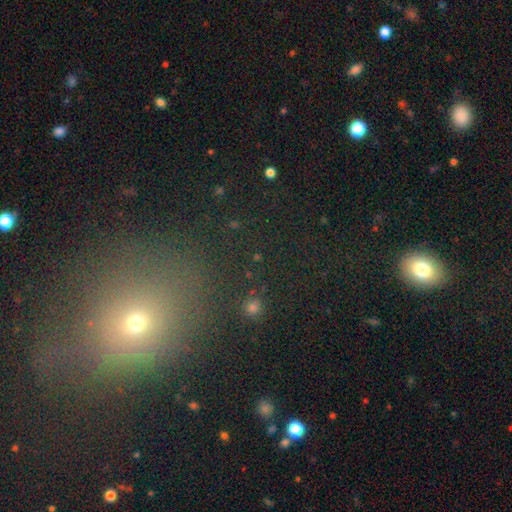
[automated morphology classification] Smooth or featured: star or artifact — 45% (smooth — 42%)